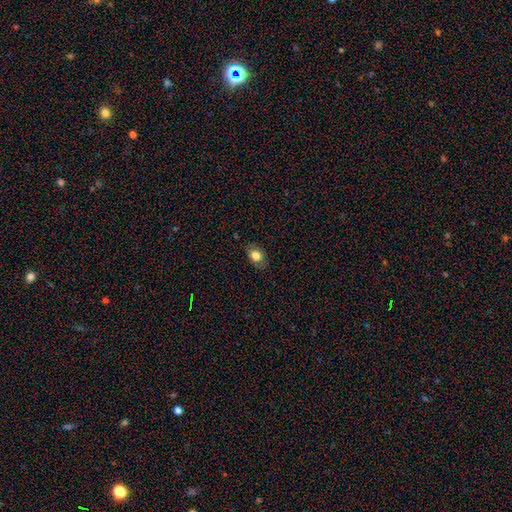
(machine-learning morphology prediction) Smooth or featured: smooth — 75% (featured or disk — 16%)
How rounded: in between — 78% (round — 20%)
Merging: none — 80% (minor disturbance — 15%)